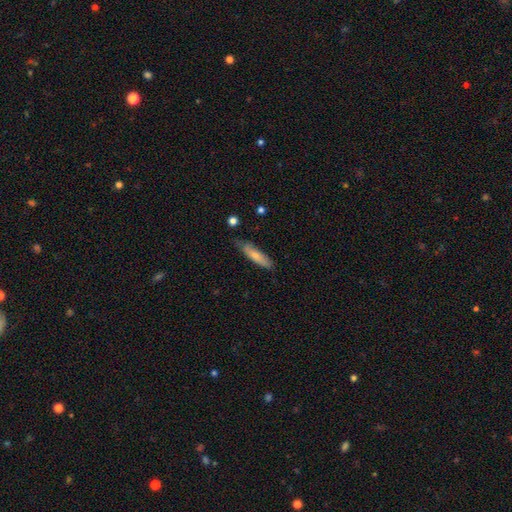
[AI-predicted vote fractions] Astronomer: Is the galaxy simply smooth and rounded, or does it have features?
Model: smooth — 71%.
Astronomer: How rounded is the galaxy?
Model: cigar-shaped — 74%.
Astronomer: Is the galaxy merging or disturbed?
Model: none — 71%.